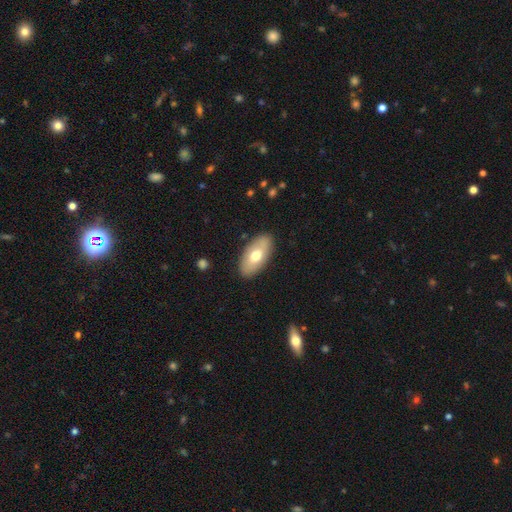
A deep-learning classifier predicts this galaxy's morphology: The model was most divided on "smooth or featured": smooth: 65%, featured or disk: 29%, star or artifact: 6%. More confident: how rounded — in between (92%); merging — none (87%).